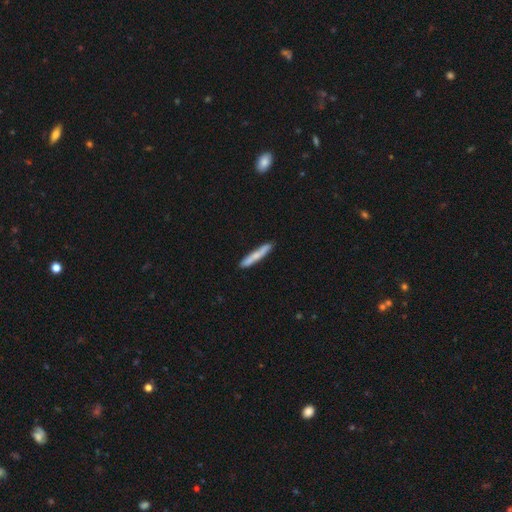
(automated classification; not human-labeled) The model was most divided on "smooth or featured": smooth: 66%, featured or disk: 29%, star or artifact: 5%. More confident: how rounded — cigar-shaped (94%); merging — none (86%).